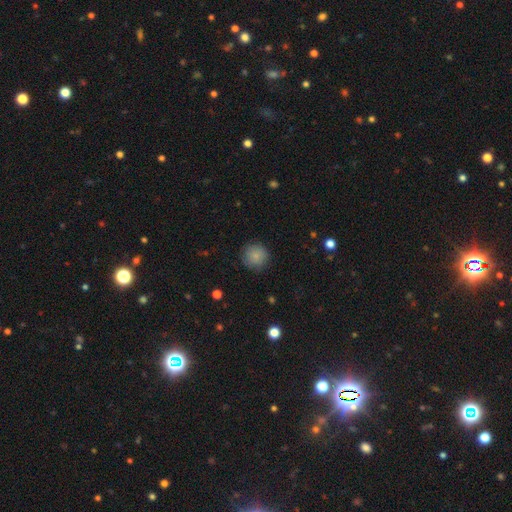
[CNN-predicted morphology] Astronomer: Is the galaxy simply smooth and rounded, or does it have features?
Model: smooth — 85%.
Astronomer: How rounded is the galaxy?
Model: round — 94%.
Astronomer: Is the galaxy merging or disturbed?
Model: none — 85%.